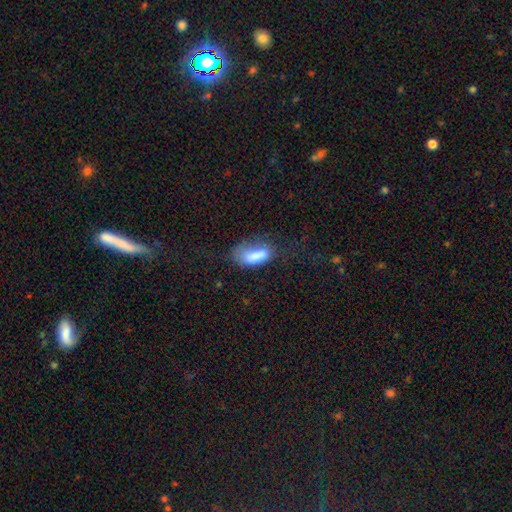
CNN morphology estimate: A smooth galaxy with no disk features (80%) that is in between round and cigar-shaped (81%). Merging: none (35%).